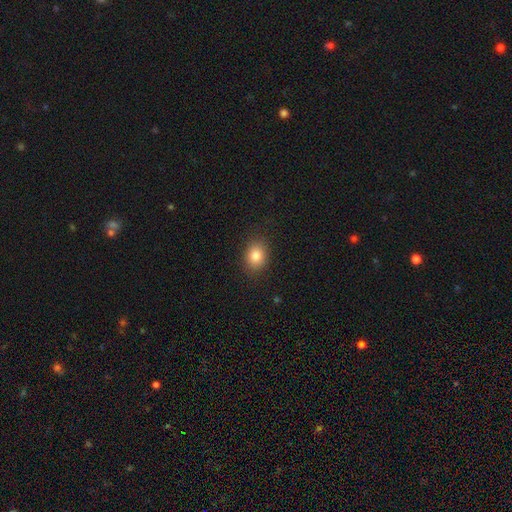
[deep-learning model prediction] Smooth or featured?
  - smooth: 85% *
  - star or artifact: 9%
  - featured or disk: 6%
How rounded?
  - in between: 56% *
  - round: 43%
  - cigar-shaped: 1%
Merging?
  - none: 86% *
  - minor disturbance: 10%
  - major disturbance: 3%
  - merger: 1%